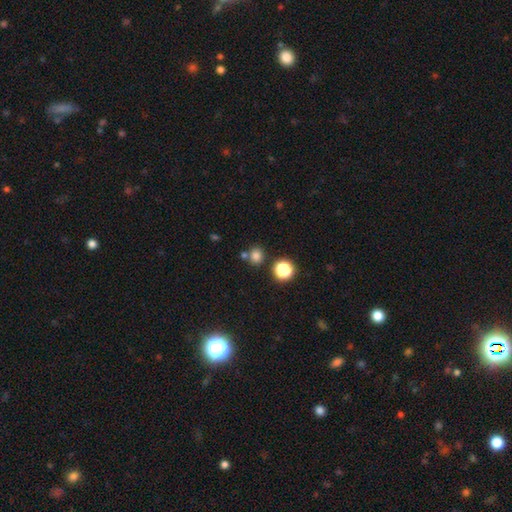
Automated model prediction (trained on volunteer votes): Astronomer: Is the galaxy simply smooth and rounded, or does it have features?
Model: smooth — 77%.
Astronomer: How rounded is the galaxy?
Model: round — 86%.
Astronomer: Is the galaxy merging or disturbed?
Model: none — 71%.